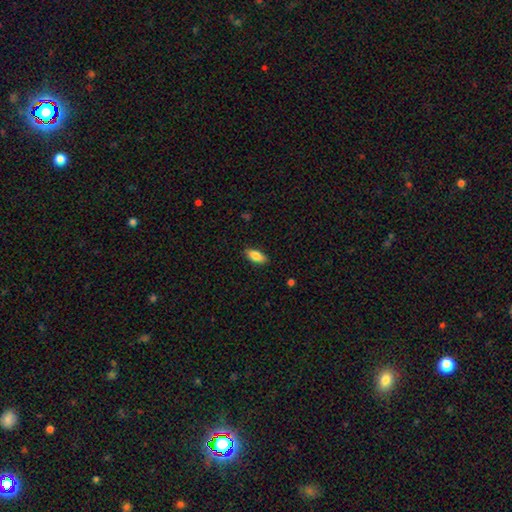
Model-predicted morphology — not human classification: Smooth or featured? Predicted: smooth (p=0.84). How rounded? Predicted: in between (p=0.85). Merging? Predicted: none (p=0.88).